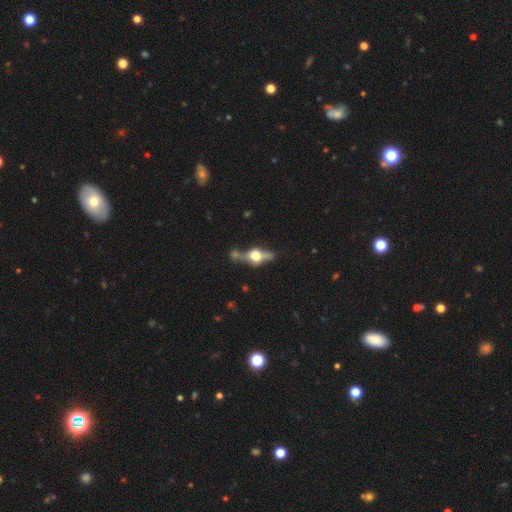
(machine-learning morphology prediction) Smooth or featured? featured or disk (69%)
Edge-on disk? yes (89%)
Edge-on bulge? rounded (95%)
Merging? none (62%)